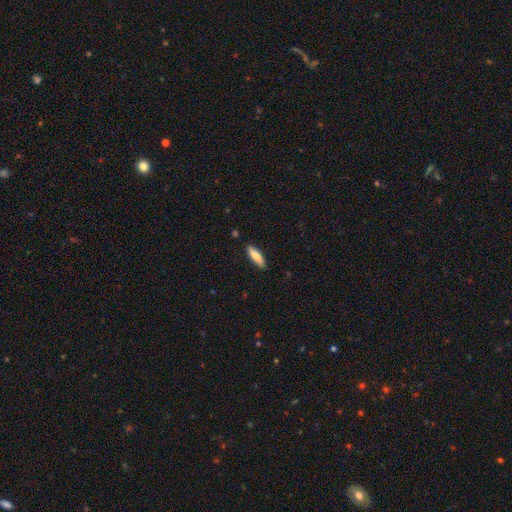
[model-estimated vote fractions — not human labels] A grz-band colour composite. It shows a smooth galaxy with no disk features (78%) that is cigar-shaped (57%). Merging: none (86%).